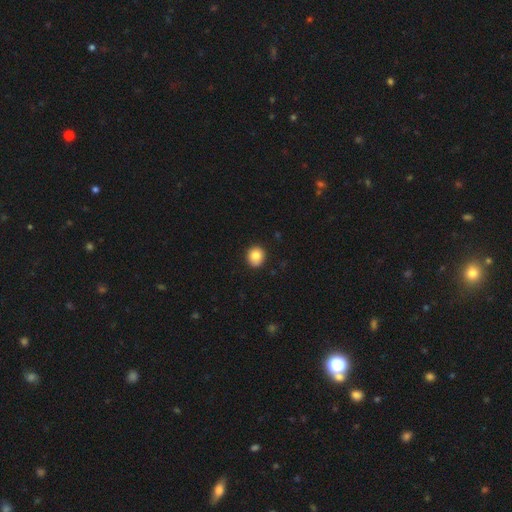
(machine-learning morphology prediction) The model was most divided on "how rounded": round: 83%, in between: 16%, cigar-shaped: 1%. More confident: merging — none (88%); smooth or featured — smooth (86%).